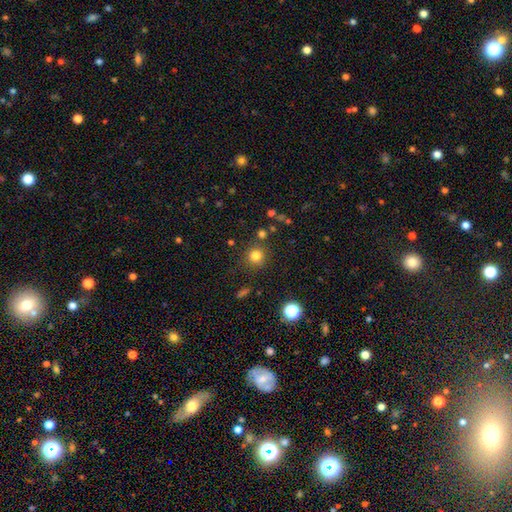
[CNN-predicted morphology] A smooth galaxy with no disk features (79%) that is round (92%).

Vote fractions:
- Smooth or featured? smooth: 79% / star or artifact: 15% / featured or disk: 6%
- How rounded? round: 92% / in between: 7% / cigar-shaped: 1%
- Merging? none: 83% / minor disturbance: 9% / merger: 5% / major disturbance: 4%